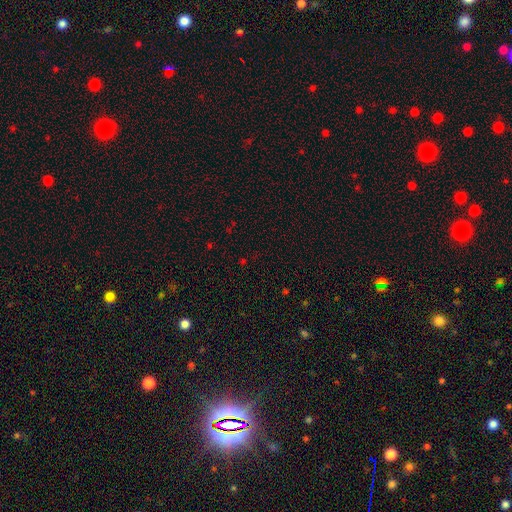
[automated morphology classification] Q: Smooth or featured?
A: star or artifact (65%); runner-up: smooth (28%)